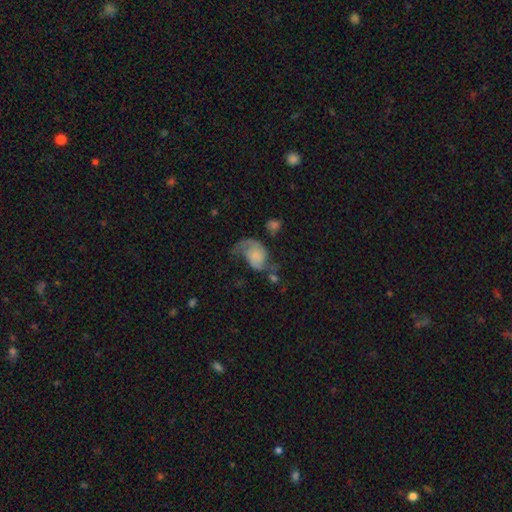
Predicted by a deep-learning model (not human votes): smooth_or_featured: featured or disk (p=0.64) [alt: smooth p=0.28]
disk_edge_on: no (p=0.98) [alt: yes p=0.02]
bar: no (p=0.74) [alt: weak p=0.22]
has_spiral_arms: yes (p=0.89) [alt: no p=0.11]
spiral_winding: loose (p=0.61) [alt: medium p=0.29]
spiral_arm_count: 2 (p=0.66) [alt: 1 p=0.27]
bulge_size: none (p=0.38) [alt: small p=0.31]
merging: major disturbance (p=0.38) [alt: none p=0.32]